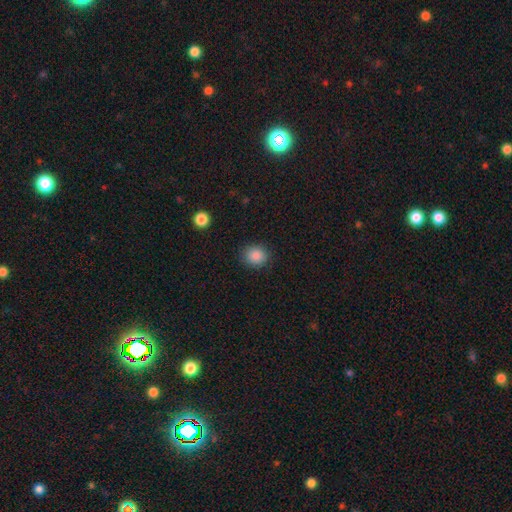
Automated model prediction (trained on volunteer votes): Smooth or featured?
  - smooth: 87% *
  - star or artifact: 10%
  - featured or disk: 4%
How rounded?
  - round: 78% *
  - in between: 21%
  - cigar-shaped: 1%
Merging?
  - none: 88% *
  - minor disturbance: 8%
  - major disturbance: 3%
  - merger: 1%